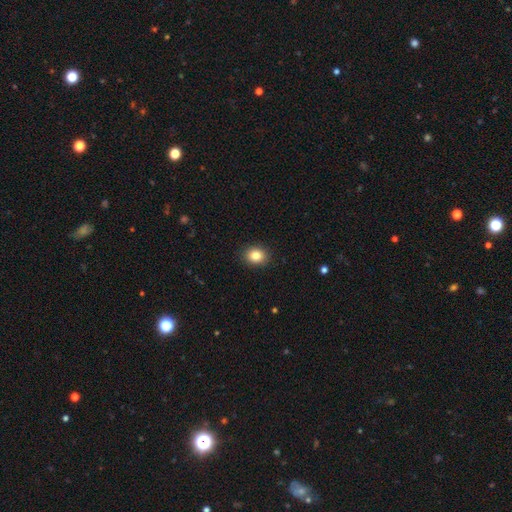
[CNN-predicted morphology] smooth-or-featured: smooth: 83% | star or artifact: 10% | featured or disk: 7%
  how-rounded: round: 54% | in between: 45% | cigar-shaped: 1%
  merging: none: 90% | minor disturbance: 7% | major disturbance: 2% | merger: 1%